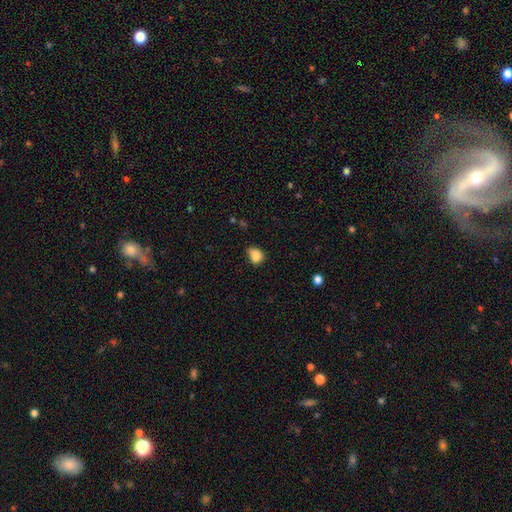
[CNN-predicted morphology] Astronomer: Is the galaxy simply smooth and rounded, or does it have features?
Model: smooth — 85%.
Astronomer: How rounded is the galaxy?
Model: in between — 57% (runner-up: round, 42%).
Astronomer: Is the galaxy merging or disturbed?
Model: none — 49% (runner-up: minor disturbance, 37%).